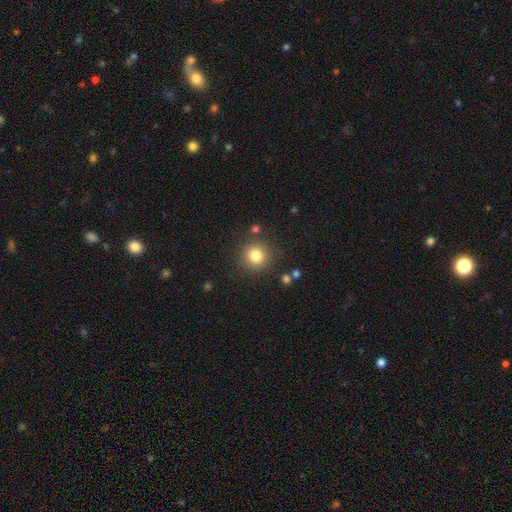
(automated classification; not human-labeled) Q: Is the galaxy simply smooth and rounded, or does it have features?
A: smooth — 82%.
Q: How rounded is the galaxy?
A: round — 94%.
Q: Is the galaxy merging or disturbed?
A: none — 86%.